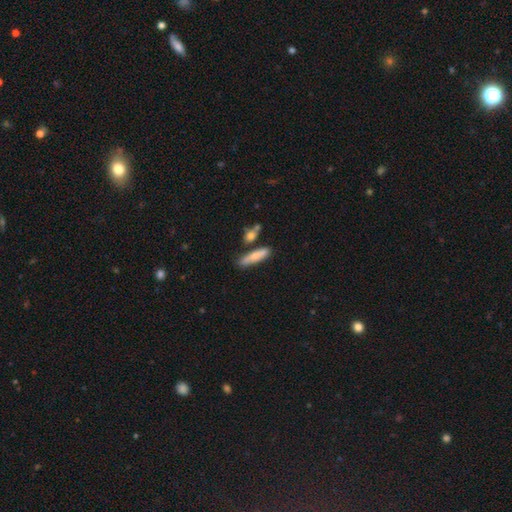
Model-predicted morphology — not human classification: smooth_or_featured: smooth (p=0.76) [alt: featured or disk p=0.18]
how_rounded: cigar-shaped (p=0.74) [alt: in between p=0.24]
merging: none (p=0.69) [alt: minor disturbance p=0.15]